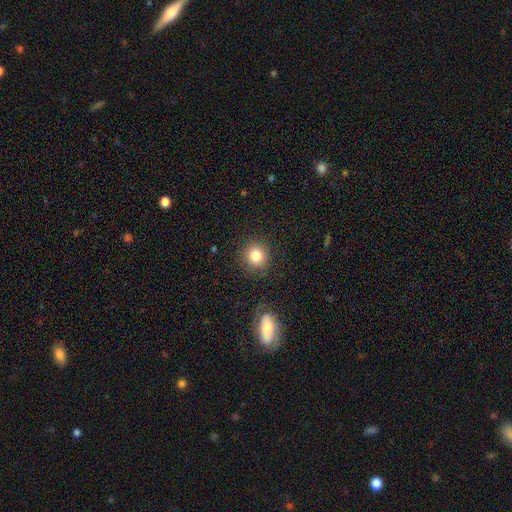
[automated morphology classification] Smooth or featured? smooth (82%)
How rounded? round (89%)
Merging? none (88%)